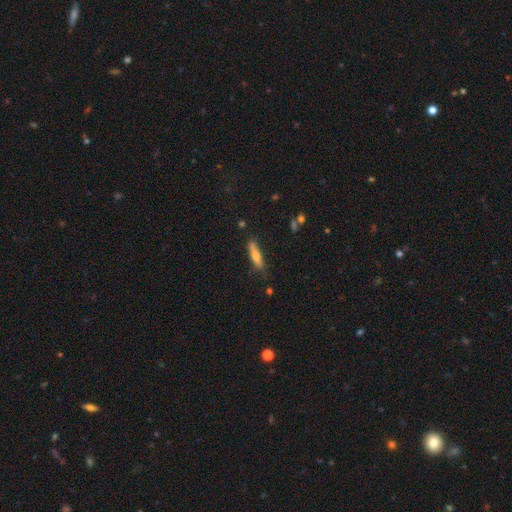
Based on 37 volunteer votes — smooth-or-featured: smooth: 51% | featured or disk: 43% | star or artifact: 5%
  how-rounded: cigar-shaped: 84% | in between: 16% | round: 0%
  merging: none: 86% | major disturbance: 9% | minor disturbance: 6% | merger: 0%